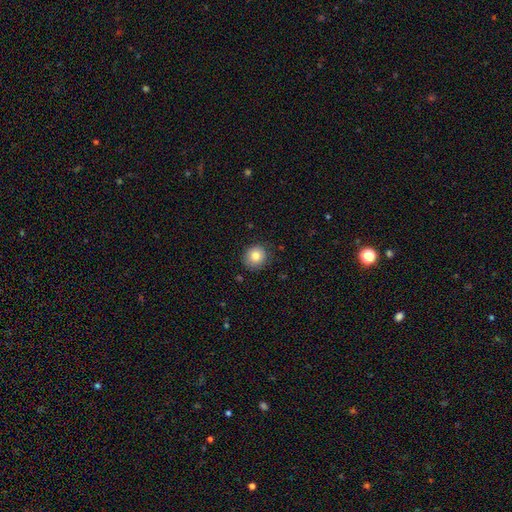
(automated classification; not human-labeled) The model was most divided on "smooth or featured": smooth: 81%, star or artifact: 10%, featured or disk: 9%. More confident: how rounded — round (88%); merging — none (84%).